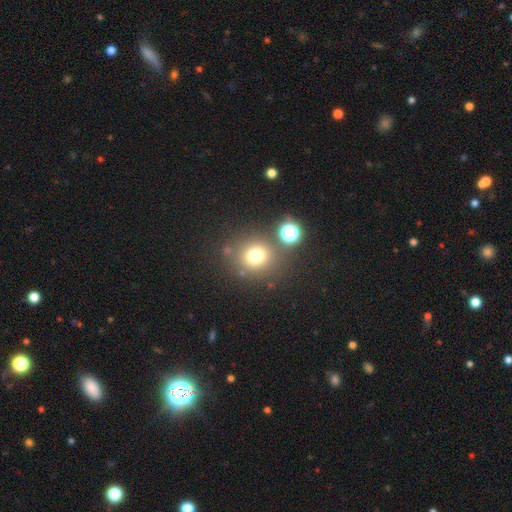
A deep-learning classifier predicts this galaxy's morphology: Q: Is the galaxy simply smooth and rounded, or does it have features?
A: smooth — 72%.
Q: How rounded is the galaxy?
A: round — 89%.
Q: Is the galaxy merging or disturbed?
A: none — 78%.